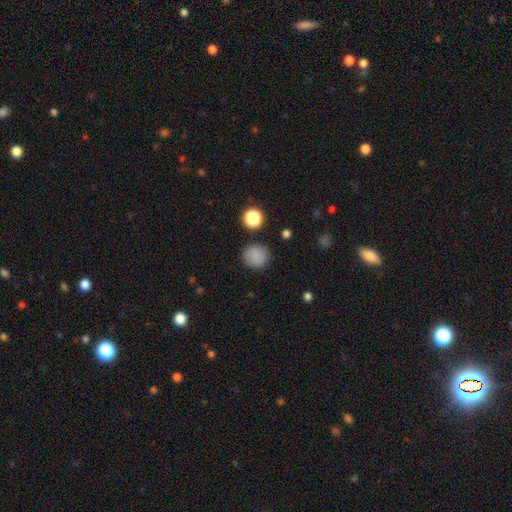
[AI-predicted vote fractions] Morphology: type=smooth (84%); roundness=round (91%); merging=none (87%).